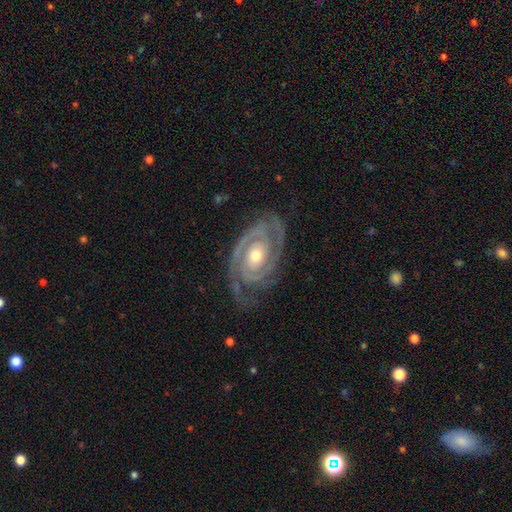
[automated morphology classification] featured or disk 93%, star or artifact 4%, smooth 4%. Down the decision tree: edge-on disk — no (97%); bar — no (68%); spiral arms — yes (98%); spiral arm count — 2 (75%); spiral winding — tight (77%); bulge size — moderate (66%); merging — none (76%).